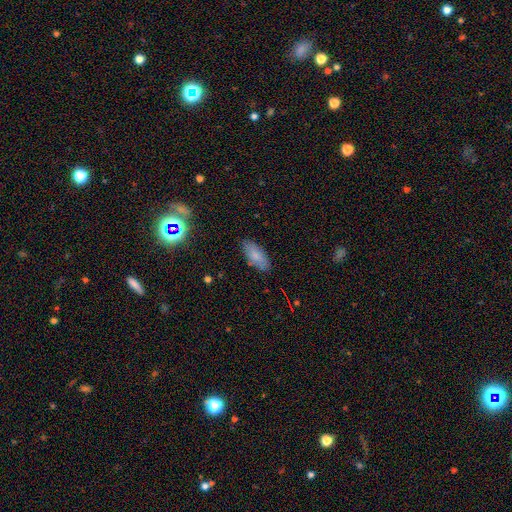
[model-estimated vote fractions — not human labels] This is likely a smooth galaxy (79%). How rounded: clearly in between (86%). Merging: clearly none (83%).